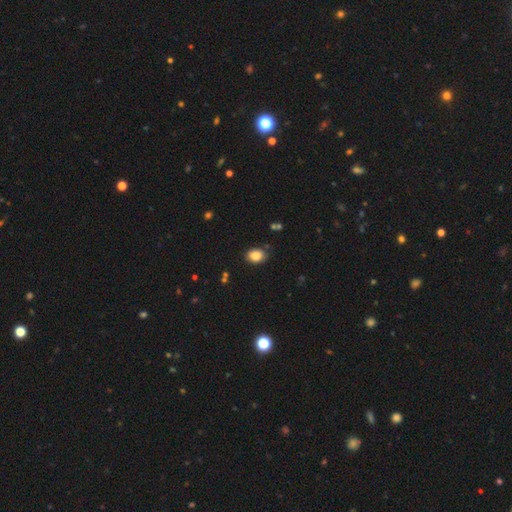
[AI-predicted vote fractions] Overall: smooth (86%). How rounded: in between (68%; round 31%). Merging: none (81%).